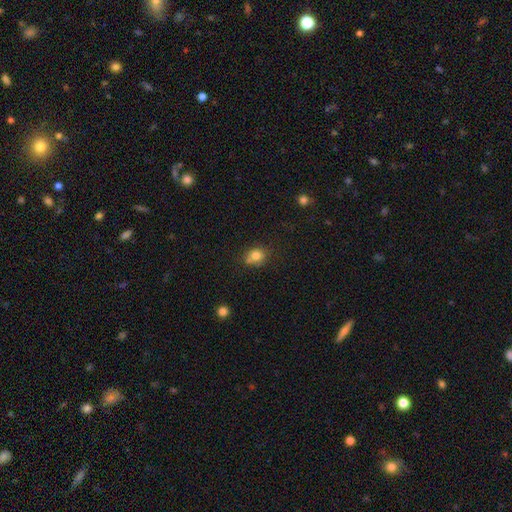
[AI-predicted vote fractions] A smooth galaxy with no disk features (79%) that is round (69%).

Vote fractions:
- Smooth or featured? smooth: 79% / star or artifact: 12% / featured or disk: 9%
- How rounded? round: 69% / in between: 30% / cigar-shaped: 1%
- Merging? none: 60% / minor disturbance: 18% / merger: 17% / major disturbance: 5%